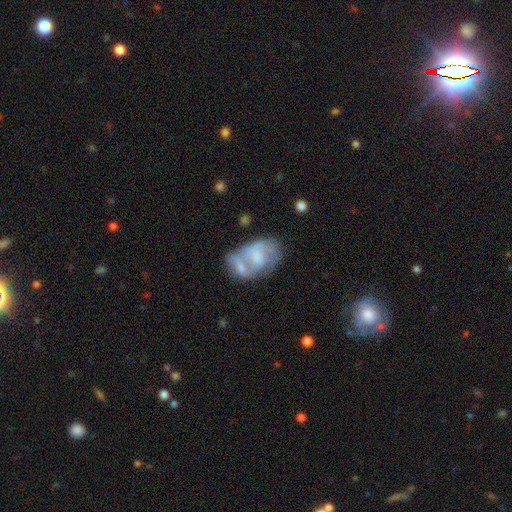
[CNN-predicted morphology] featured or disk 48%, smooth 44%, star or artifact 8%. Down the decision tree: merging — merger (47%).